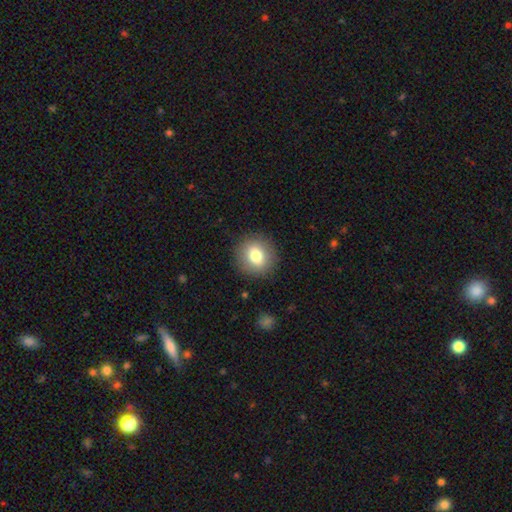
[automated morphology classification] Smooth or featured? smooth (79%)
How rounded? round (87%)
Merging? none (89%)